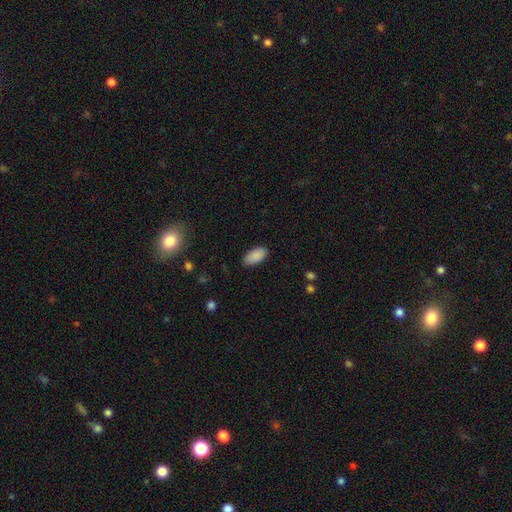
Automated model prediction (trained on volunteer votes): A smooth galaxy with no disk features (89%) that is in between round and cigar-shaped (94%). Merging: none (86%).